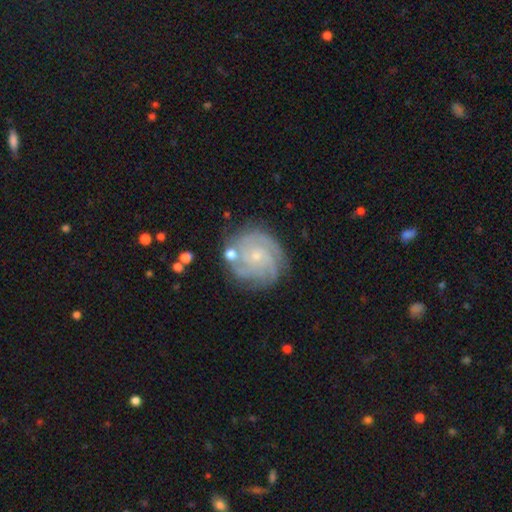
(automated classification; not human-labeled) Smooth or featured?
  - featured or disk: 84% *
  - smooth: 9%
  - star or artifact: 7%
Edge-on disk?
  - no: 98% *
  - yes: 2%
Bar?
  - no: 76% *
  - weak: 20%
  - strong: 4%
Spiral arms?
  - yes: 97% *
  - no: 3%
Spiral winding?
  - tight: 74% *
  - medium: 22%
  - loose: 4%
Spiral arm count?
  - 4: 32% *
  - 3: 27%
  - can't tell: 19%
  - 2: 9%
  - more than 4: 7%
  - 1: 6%
Bulge size?
  - small: 79% *
  - moderate: 15%
  - none: 4%
  - large: 1%
  - dominant: 1%
Merging?
  - none: 76% *
  - minor disturbance: 15%
  - major disturbance: 5%
  - merger: 5%